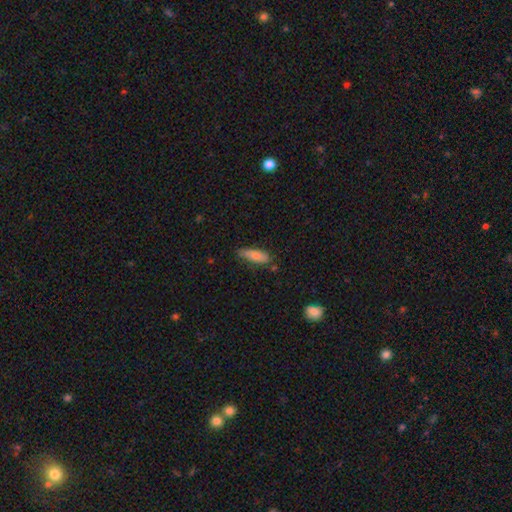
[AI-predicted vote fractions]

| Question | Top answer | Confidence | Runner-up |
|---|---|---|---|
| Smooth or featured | smooth | 79% | featured or disk (15%) |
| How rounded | cigar-shaped | 50% | in between (48%) |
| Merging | none | 65% | minor disturbance (27%) |